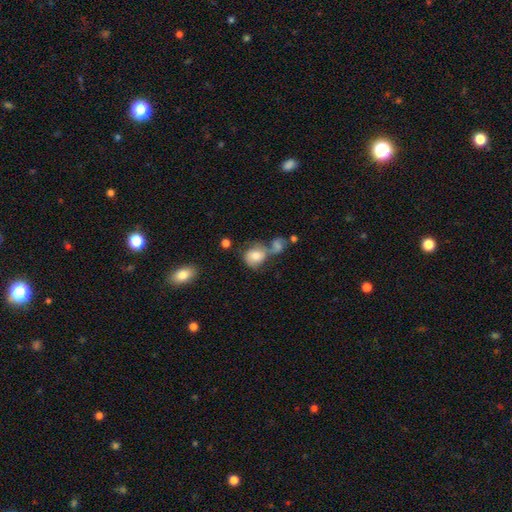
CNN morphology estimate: Q: Smooth or featured?
A: smooth (70%); runner-up: featured or disk (21%)
Q: How rounded?
A: round (62%); runner-up: in between (37%)
Q: Merging?
A: merger (45%); runner-up: none (30%)